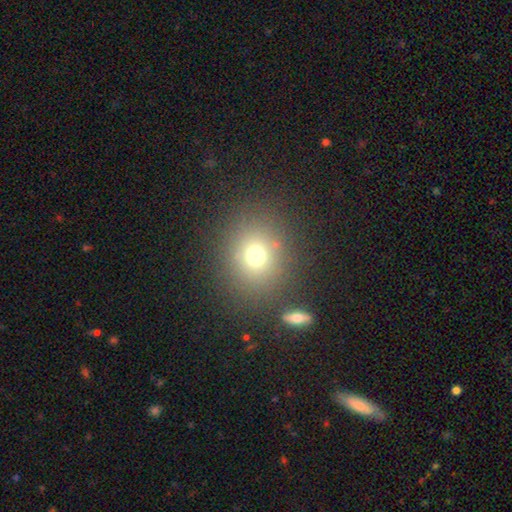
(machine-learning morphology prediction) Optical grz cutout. It shows a smooth galaxy with no disk features (71%) that is round (75%). Merging: none (80%).